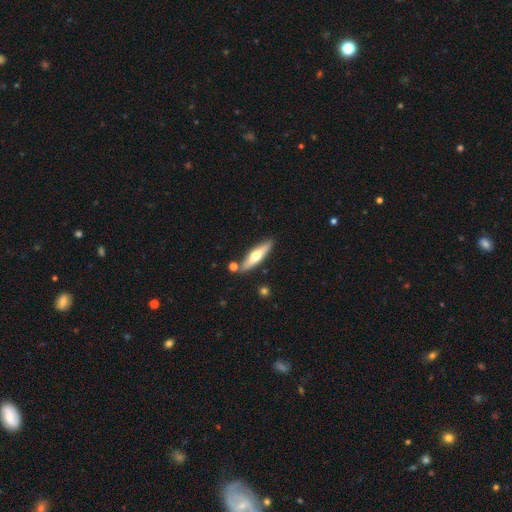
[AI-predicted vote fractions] Smooth or featured: featured or disk — 51% (smooth — 43%)
Edge-on disk: yes — 89% (no — 11%)
Merging: none — 82% (minor disturbance — 10%)